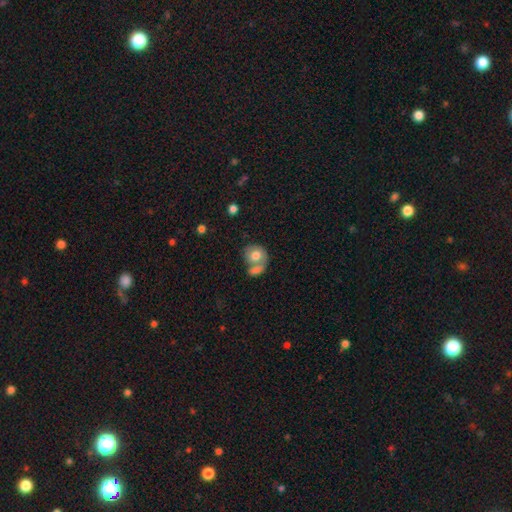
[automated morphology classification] smooth 70%, featured or disk 23%, star or artifact 7%. Down the decision tree: how rounded — round (67%); merging — merger (54%).